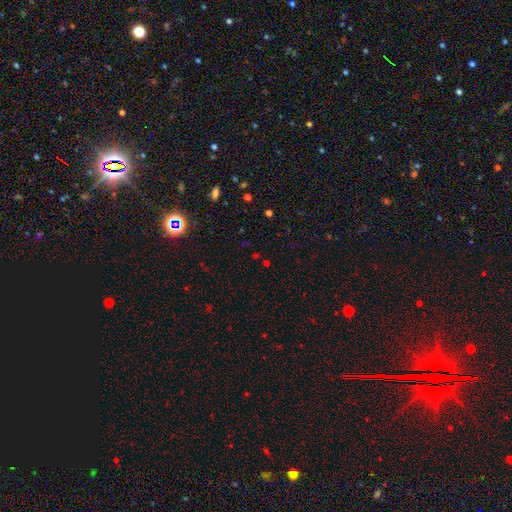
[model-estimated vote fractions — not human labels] This appears to be a star or artifact, not a galaxy (62%).